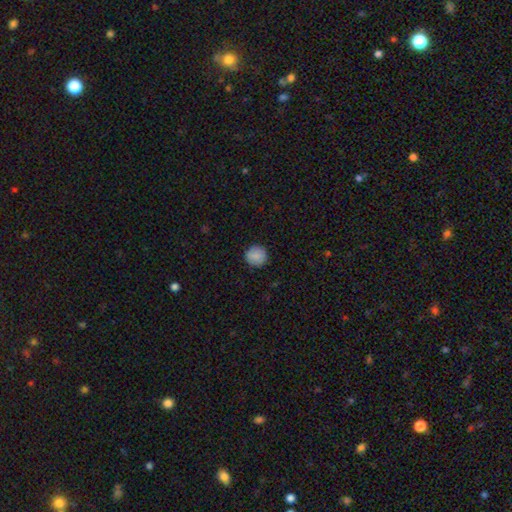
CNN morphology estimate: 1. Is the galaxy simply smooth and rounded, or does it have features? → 88% smooth, 8% star or artifact, 4% featured or disk.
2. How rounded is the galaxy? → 93% round, 6% in between, 1% cigar-shaped.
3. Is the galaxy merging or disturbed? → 91% none, 7% minor disturbance, 2% major disturbance, 1% merger.